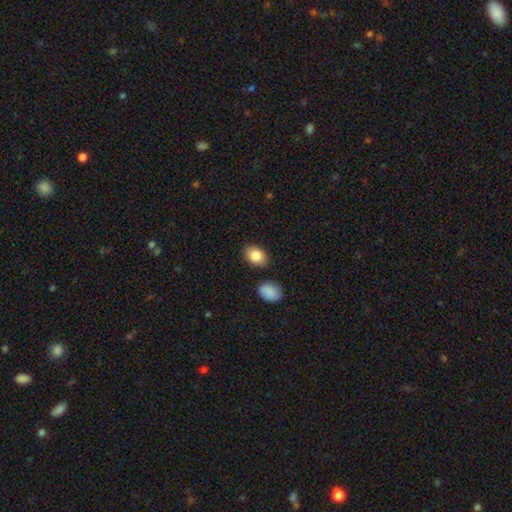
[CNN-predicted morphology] smooth_or_featured: smooth (p=0.84) [alt: featured or disk p=0.08]
how_rounded: in between (p=0.75) [alt: round p=0.24]
merging: none (p=0.82) [alt: minor disturbance p=0.11]